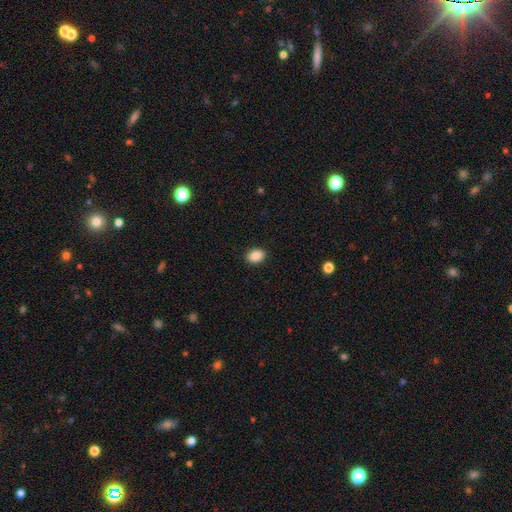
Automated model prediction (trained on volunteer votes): Smooth or featured: smooth — 88% (star or artifact — 8%)
How rounded: in between — 72% (round — 27%)
Merging: none — 90% (minor disturbance — 7%)